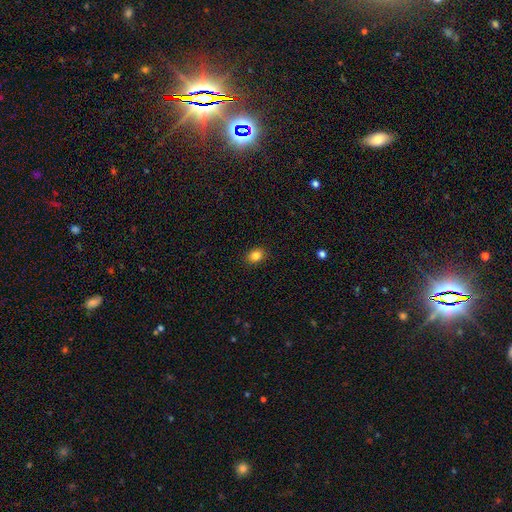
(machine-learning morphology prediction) The model was most divided on "how rounded": in between: 54%, round: 45%, cigar-shaped: 1%. More confident: merging — none (89%); smooth or featured — smooth (84%).